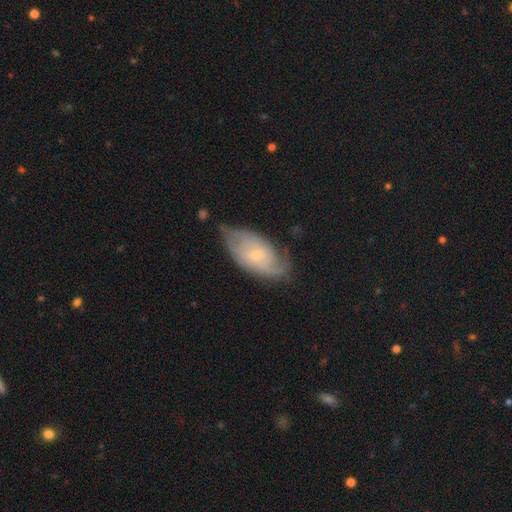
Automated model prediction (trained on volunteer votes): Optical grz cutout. It shows a featured or disk galaxy (69%) with no bar (65%), 2 (47%) tight (44%) spiral arms (87%) and a small central bulge (73%). Merging: none (61%).